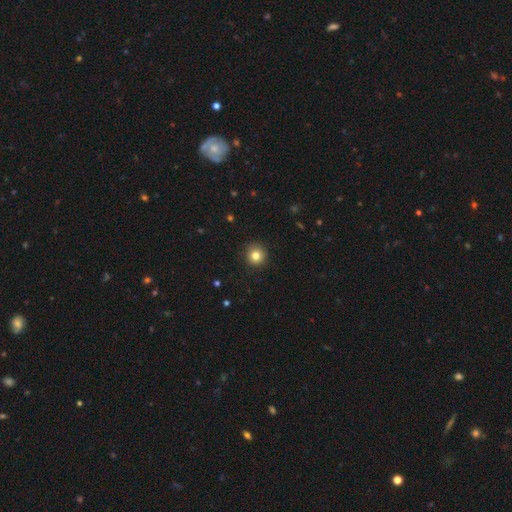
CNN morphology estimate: type=smooth (82%); roundness=round (94%); merging=none (91%).